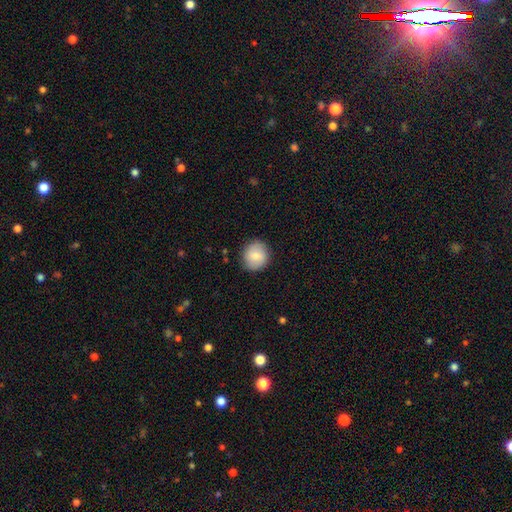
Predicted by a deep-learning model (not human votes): This is likely a smooth galaxy (79%). How rounded: clearly round (87%). Merging: clearly none (88%).